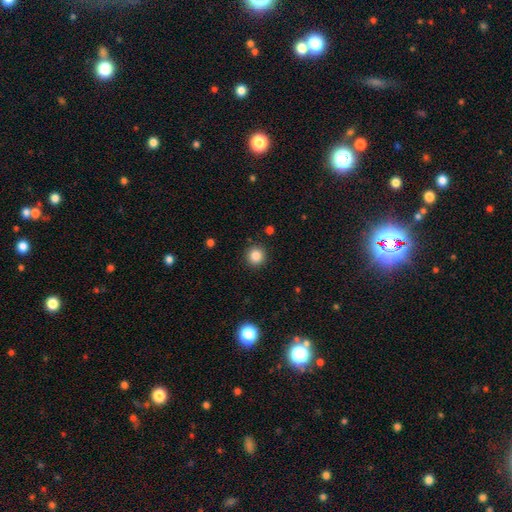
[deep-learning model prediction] This is clearly a smooth galaxy (85%). How rounded: clearly round (94%). Merging: clearly none (91%).